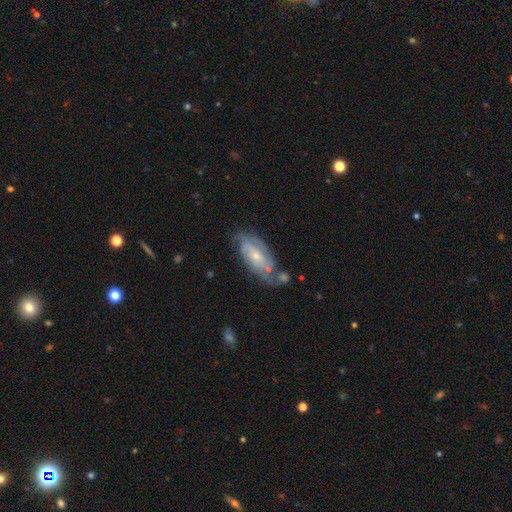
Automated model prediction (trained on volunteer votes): smooth-or-featured: featured or disk: 74% | smooth: 20% | star or artifact: 6%
  disk-edge-on: no: 92% | yes: 8%
    bar: no: 54% | weak: 37% | strong: 9%
    has-spiral-arms: yes: 90% | no: 10%
      spiral-winding: tight: 54% | medium: 35% | loose: 11%
      spiral-arm-count: 2: 50% | can't tell: 30% | 3: 10% | 1: 4% | 4: 3% | more than 4: 2%
    bulge-size: small: 60% | moderate: 35% | none: 2% | large: 2% | dominant: 1%
  merging: none: 58% | minor disturbance: 23% | merger: 10% | major disturbance: 9%